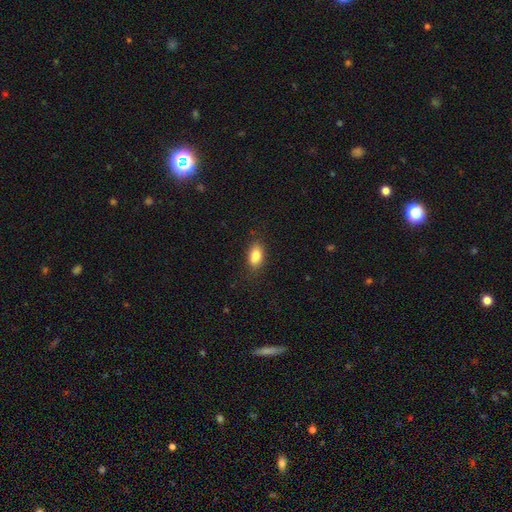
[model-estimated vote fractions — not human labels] This is clearly a smooth galaxy (83%). How rounded: clearly in between (89%). Merging: clearly none (82%).